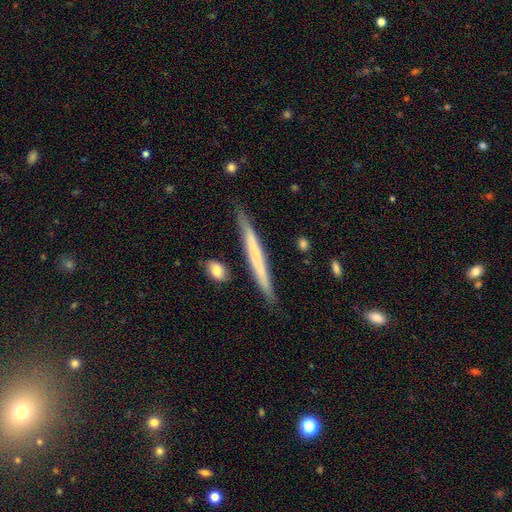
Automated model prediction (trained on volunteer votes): Smooth or featured?
  - smooth: 50% *
  - featured or disk: 44%
  - star or artifact: 6%
Merging?
  - none: 84% *
  - minor disturbance: 11%
  - merger: 3%
  - major disturbance: 2%